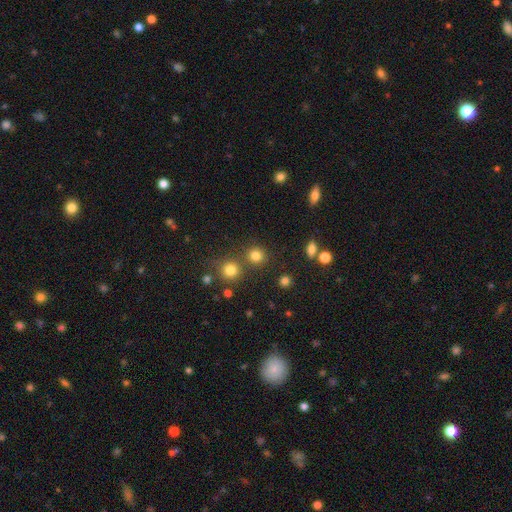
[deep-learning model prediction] Morphology: type=smooth (80%); roundness=round (89%); merging=none (77%).